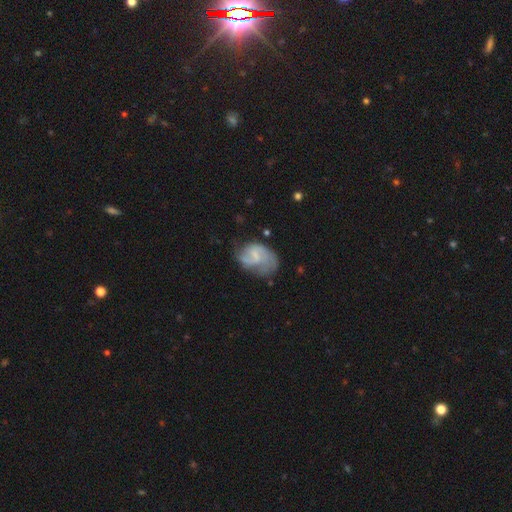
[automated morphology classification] featured or disk 62%, smooth 31%, star or artifact 7%. Down the decision tree: edge-on disk — no (98%); bar — weak (51%); spiral arms — yes (80%); bulge size — small (41%); merging — none (41%).